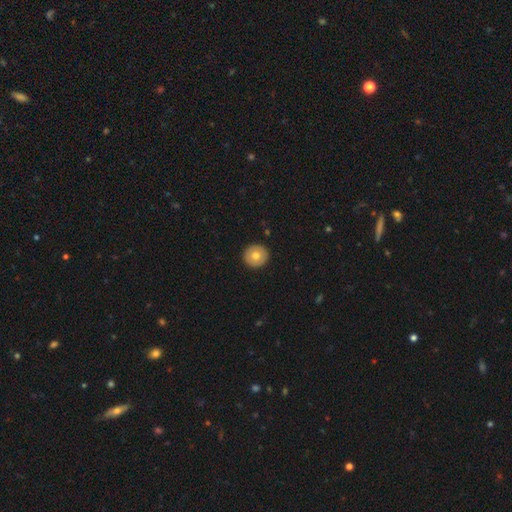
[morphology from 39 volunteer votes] Overall: smooth (69%). How rounded: round (89%). Merging: none (95%).